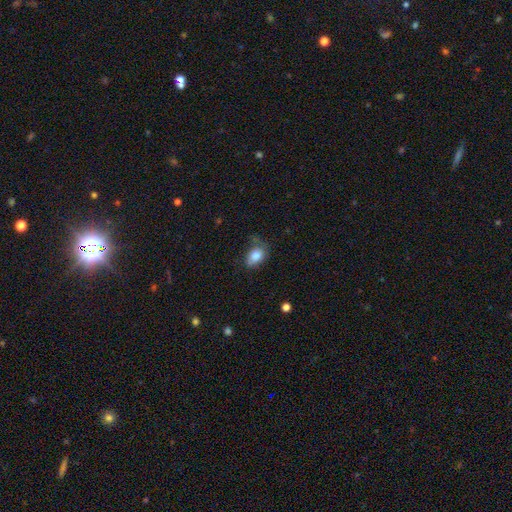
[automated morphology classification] Smooth or featured? smooth (81%)
How rounded? in between (77%)
Merging? none (51%)